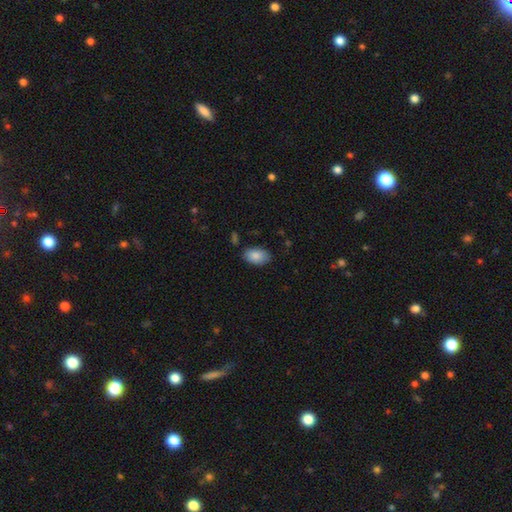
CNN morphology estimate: smooth-or-featured: smooth: 87% | star or artifact: 7% | featured or disk: 7%
  how-rounded: in between: 93% | round: 6% | cigar-shaped: 1%
  merging: none: 80% | minor disturbance: 14% | major disturbance: 3% | merger: 2%